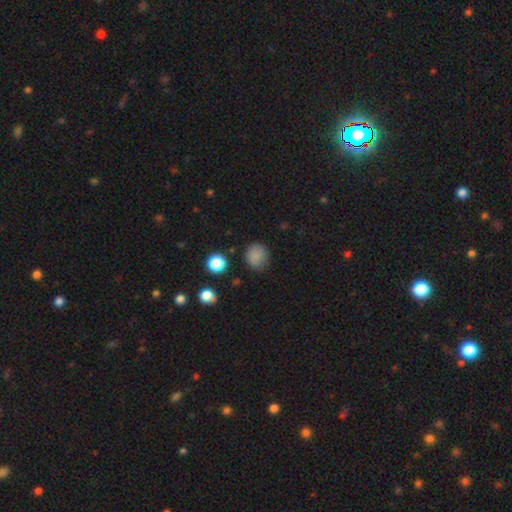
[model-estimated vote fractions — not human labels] Overall: smooth (83%). How rounded: round (82%). Merging: none (81%).